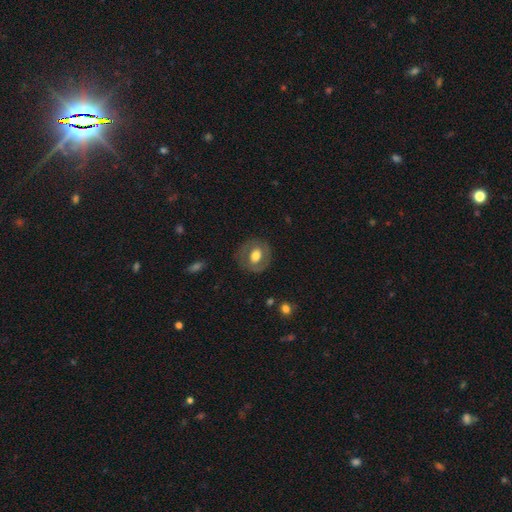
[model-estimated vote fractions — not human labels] The model was most divided on "smooth or featured": smooth: 54%, featured or disk: 38%, star or artifact: 7%. More confident: merging — none (80%); how rounded — round (63%).